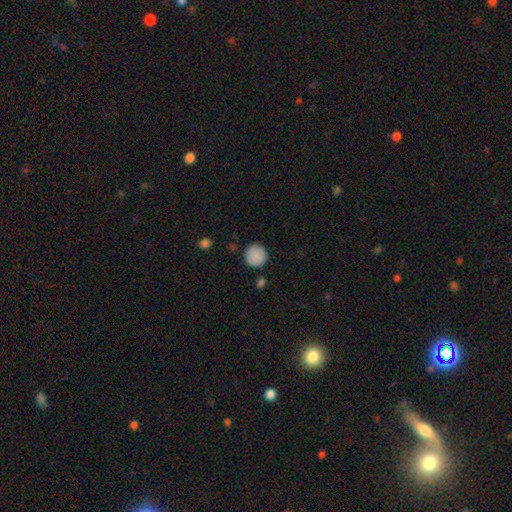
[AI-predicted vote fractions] Smooth or featured? Predicted: smooth (p=0.89). How rounded? Predicted: round (p=0.94). Merging? Predicted: none (p=0.86).